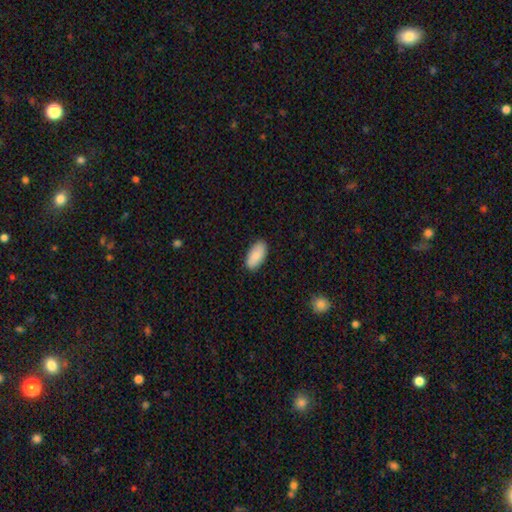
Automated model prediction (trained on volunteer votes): smooth 87%, featured or disk 8%, star or artifact 6%. Down the decision tree: how rounded — in between (93%); merging — none (87%).